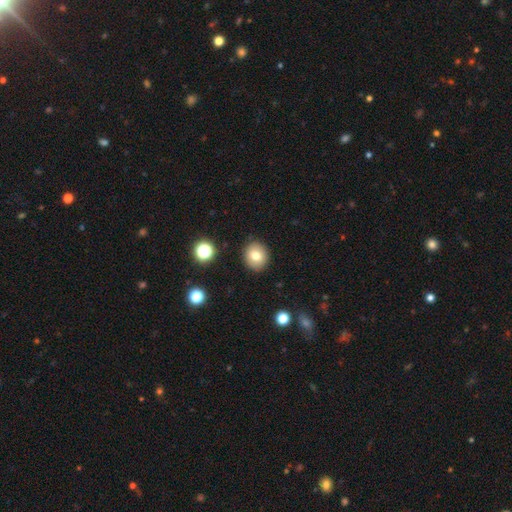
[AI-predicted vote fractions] smooth-or-featured: smooth: 77% | featured or disk: 12% | star or artifact: 11%
  how-rounded: round: 79% | in between: 20% | cigar-shaped: 1%
  merging: none: 89% | minor disturbance: 7% | major disturbance: 2% | merger: 2%